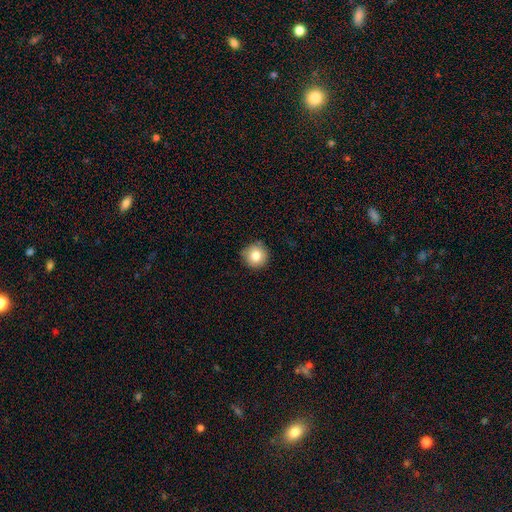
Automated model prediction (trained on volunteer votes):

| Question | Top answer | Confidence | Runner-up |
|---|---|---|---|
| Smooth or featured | smooth | 81% | star or artifact (10%) |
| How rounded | round | 95% | in between (4%) |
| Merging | none | 87% | minor disturbance (10%) |